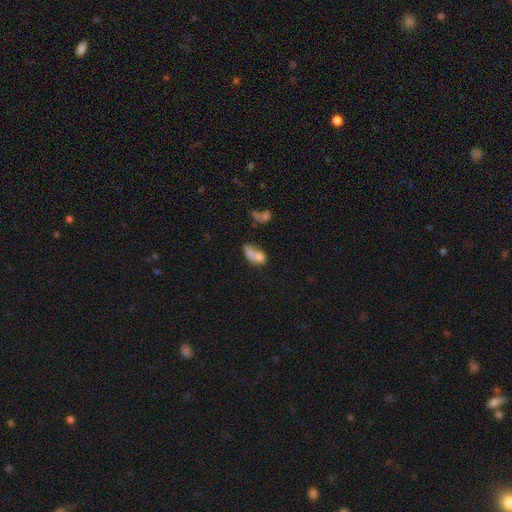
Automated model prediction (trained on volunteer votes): Smooth or featured: smooth — 66% (featured or disk — 22%)
How rounded: in between — 68% (round — 26%)
Merging: merger — 62% (none — 18%)